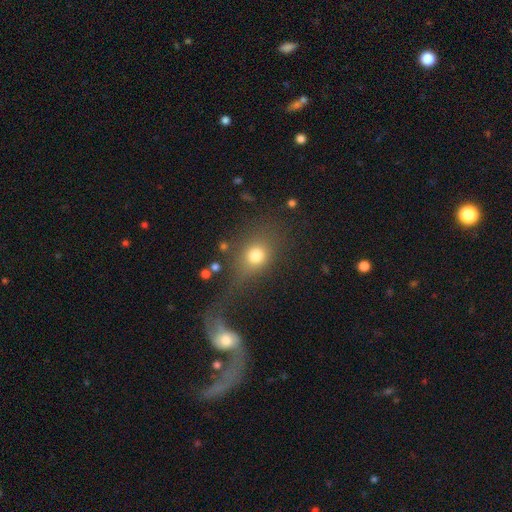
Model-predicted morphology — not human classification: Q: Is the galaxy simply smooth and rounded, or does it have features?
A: smooth — 74%.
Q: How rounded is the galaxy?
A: round — 53%.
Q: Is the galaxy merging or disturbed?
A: none — 50%.